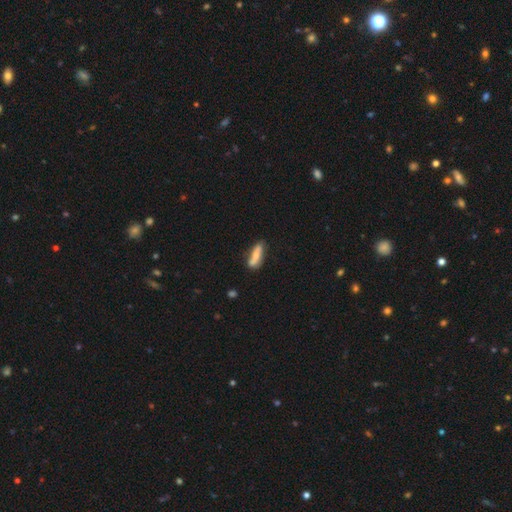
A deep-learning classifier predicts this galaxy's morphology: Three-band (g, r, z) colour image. It shows a smooth galaxy with no disk features (57%) that is cigar-shaped (57%). Merging: none (61%).